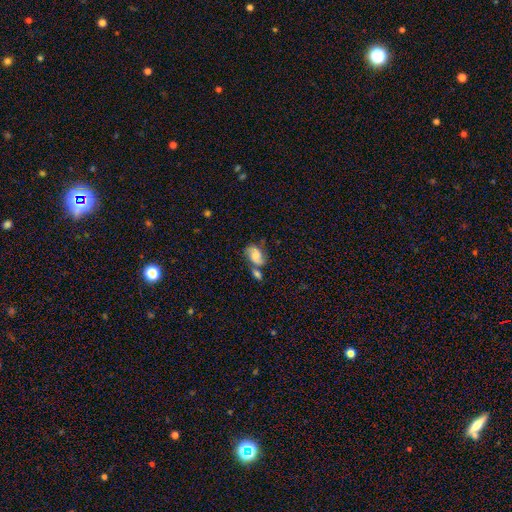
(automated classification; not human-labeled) A featured or disk galaxy (51%). Merging: none (44%).